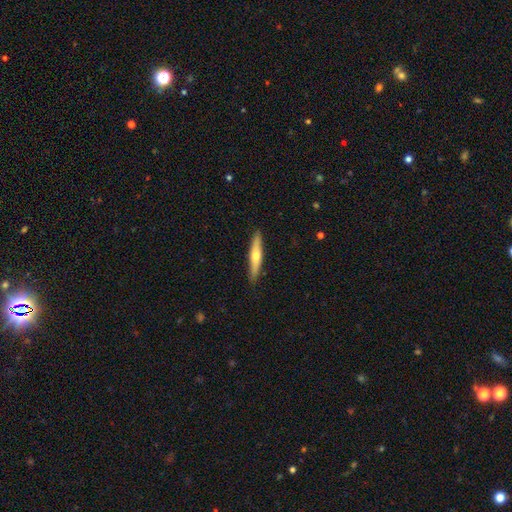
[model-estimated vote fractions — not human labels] smooth-or-featured: smooth: 48% | featured or disk: 46% | star or artifact: 5%
  merging: none: 90% | minor disturbance: 8% | major disturbance: 1% | merger: 1%